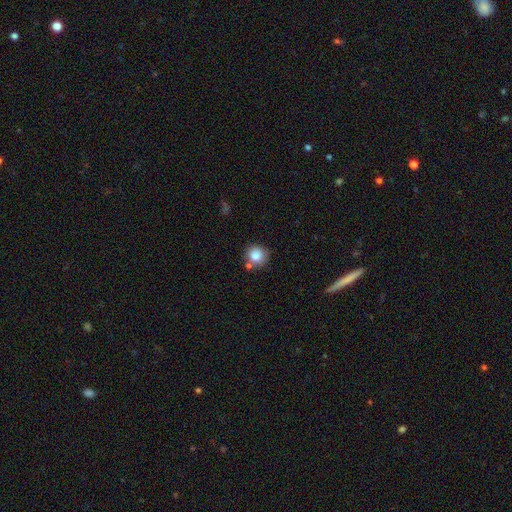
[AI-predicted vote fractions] A smooth galaxy with no disk features (84%) that is round (89%). Merging: none (68%).